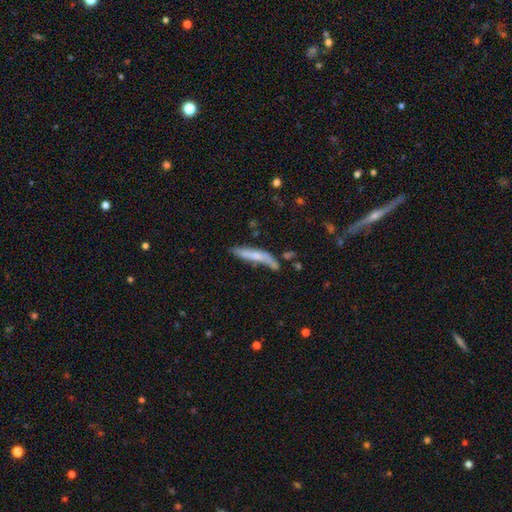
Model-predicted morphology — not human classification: This is possibly a smooth galaxy (59%). How rounded: clearly cigar-shaped (86%). Merging: possibly none (46%).